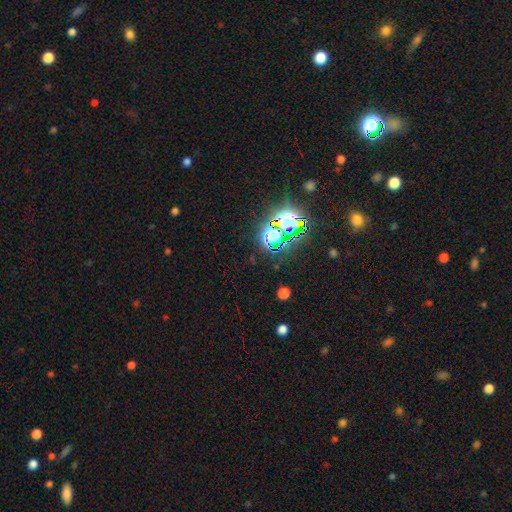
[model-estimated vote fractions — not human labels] The model was most divided on "smooth or featured": star or artifact: 76%, smooth: 16%, featured or disk: 8%.